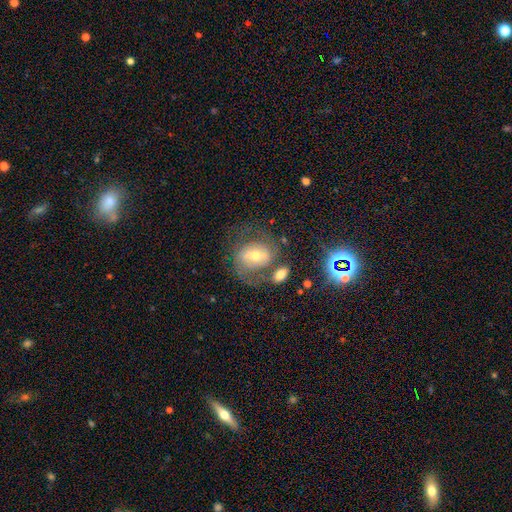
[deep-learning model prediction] A featured or disk galaxy (54%) with a strong bar (41%), spiral arms (56%) and a moderate central bulge (65%). Merging: none (52%).